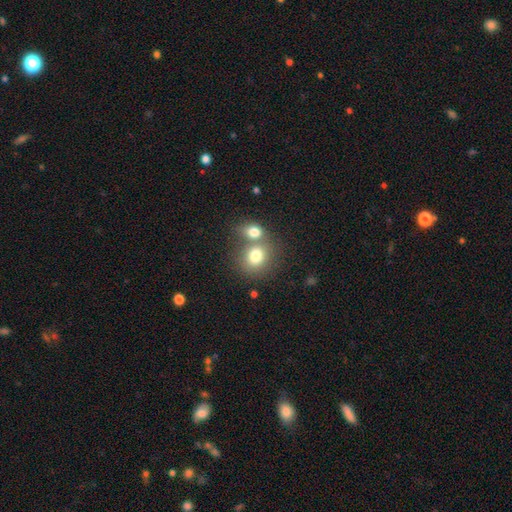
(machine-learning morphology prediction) This is likely a smooth galaxy (77%). How rounded: likely round (73%). Merging: possibly merger (46%).